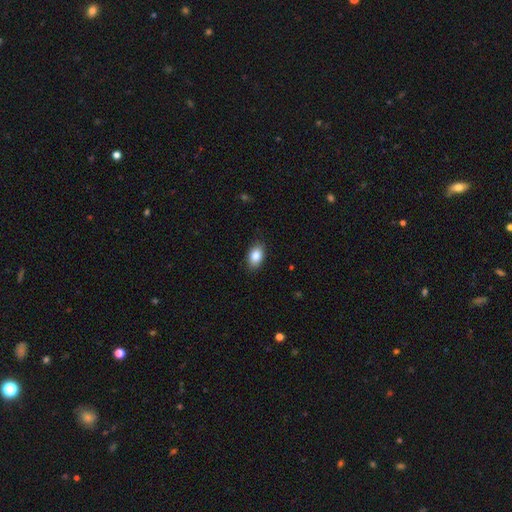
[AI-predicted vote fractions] Smooth or featured? smooth (86%)
How rounded? in between (88%)
Merging? none (87%)